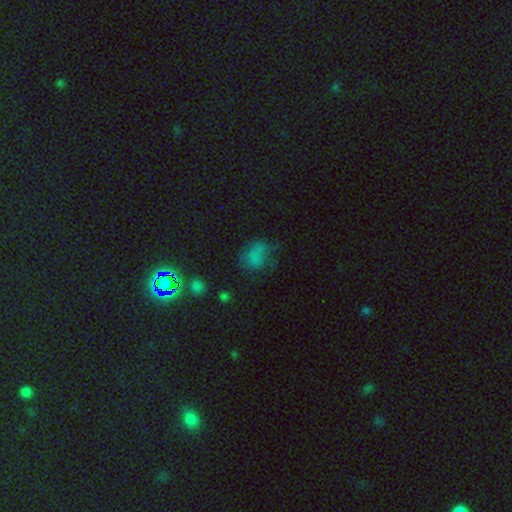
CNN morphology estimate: A smooth galaxy with no disk features (62%) that is round (53%).

Vote fractions:
- Smooth or featured? smooth: 62% / featured or disk: 20% / star or artifact: 18%
- How rounded? round: 53% / in between: 45% / cigar-shaped: 1%
- Merging? none: 41% / major disturbance: 28% / minor disturbance: 27% / merger: 4%